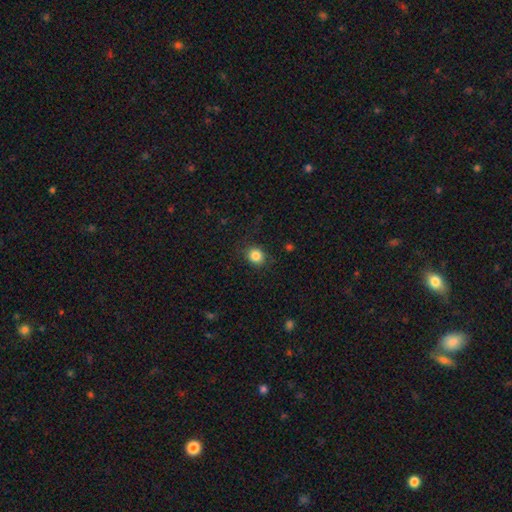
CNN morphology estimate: Smooth or featured? smooth (84%)
How rounded? round (78%)
Merging? none (84%)